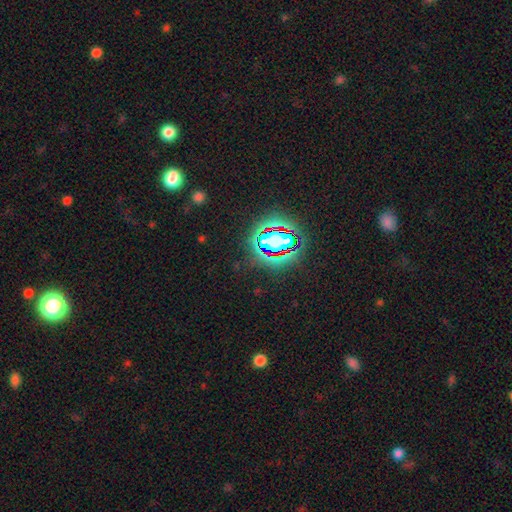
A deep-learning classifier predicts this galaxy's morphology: A star or artifact, not a galaxy (73%).